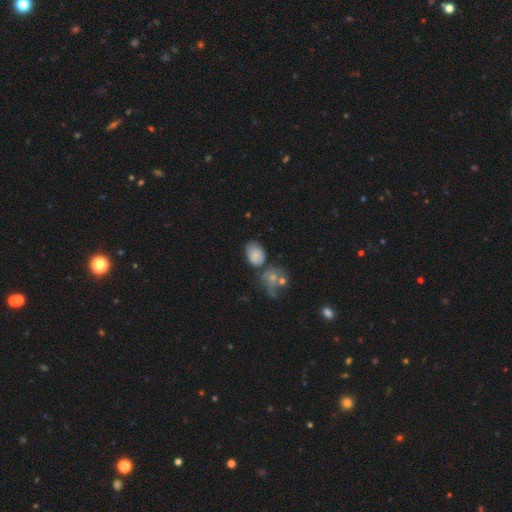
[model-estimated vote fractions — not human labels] This appears to be a smooth galaxy with no disk features (74%) that is in between round and cigar-shaped (79%). Merging: none (45%).